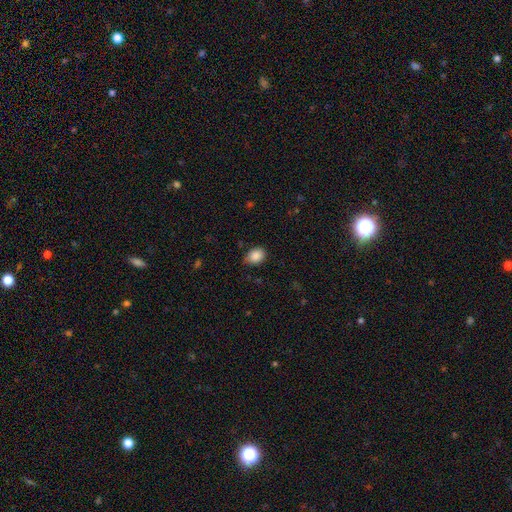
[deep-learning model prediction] smooth-or-featured: smooth: 88% | star or artifact: 8% | featured or disk: 4%
  how-rounded: in between: 60% | round: 39% | cigar-shaped: 1%
  merging: none: 72% | minor disturbance: 23% | major disturbance: 4% | merger: 1%